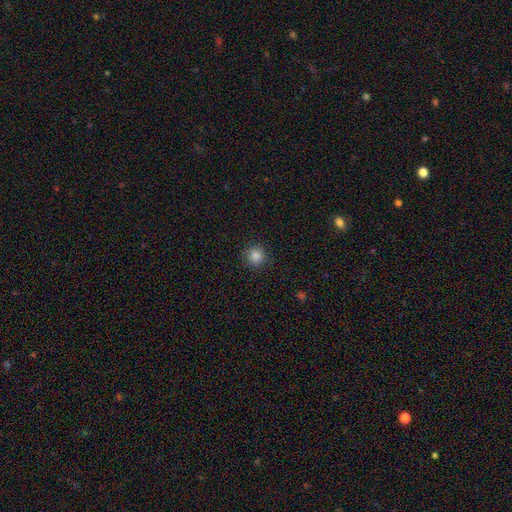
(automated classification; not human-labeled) This is clearly a smooth galaxy (84%). How rounded: clearly round (95%). Merging: clearly none (91%).